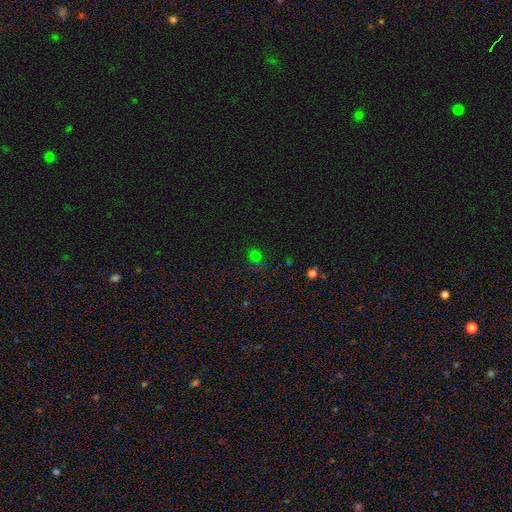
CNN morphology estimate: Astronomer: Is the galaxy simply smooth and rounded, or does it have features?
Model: smooth — 56% (runner-up: star or artifact, 36%).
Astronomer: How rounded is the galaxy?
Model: round — 70%.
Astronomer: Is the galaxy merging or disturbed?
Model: none — 64%.